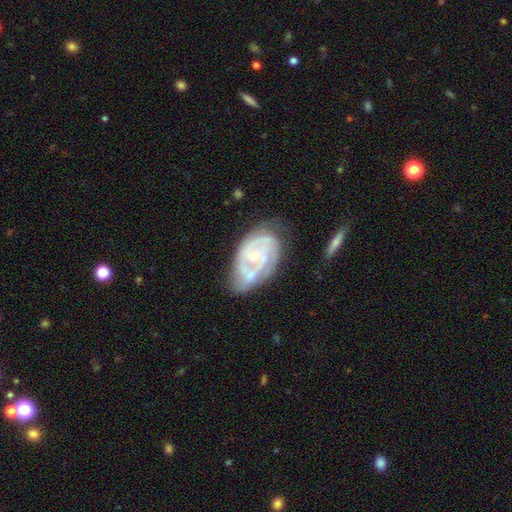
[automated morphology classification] type=featured or disk (84%); edge-on=no (97%); bar=no (66%); spiral arms=yes (91%); winding=tight (61%); arm count=2 (42%); bulge=small (65%); merging=none (51%).